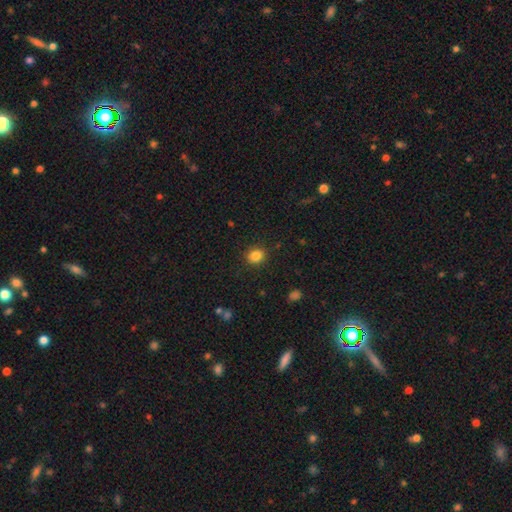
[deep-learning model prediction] Morphology: type=smooth (85%); roundness=round (74%); merging=none (90%).